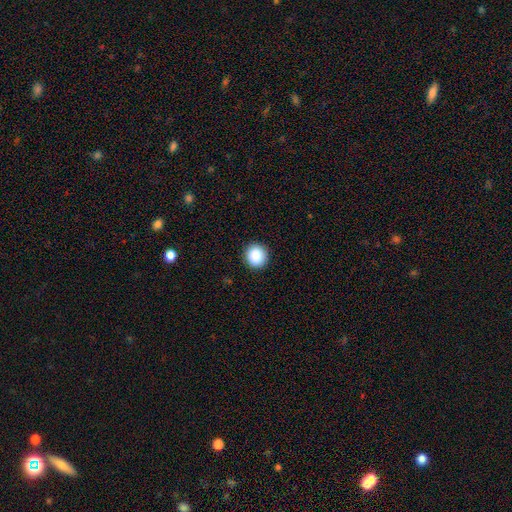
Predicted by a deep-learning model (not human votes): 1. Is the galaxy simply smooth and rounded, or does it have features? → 89% smooth, 8% star or artifact, 3% featured or disk.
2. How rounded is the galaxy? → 90% round, 9% in between, 1% cigar-shaped.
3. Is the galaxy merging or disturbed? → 92% none, 6% minor disturbance, 2% major disturbance, 1% merger.